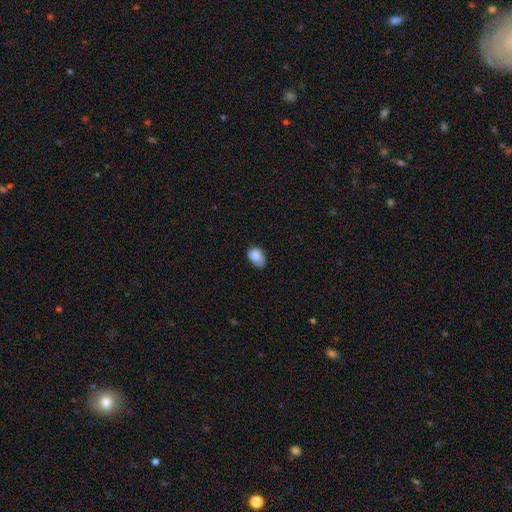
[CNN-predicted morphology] Smooth or featured? Predicted: smooth (p=0.87). How rounded? Predicted: in between (p=0.81). Merging? Predicted: none (p=0.55).